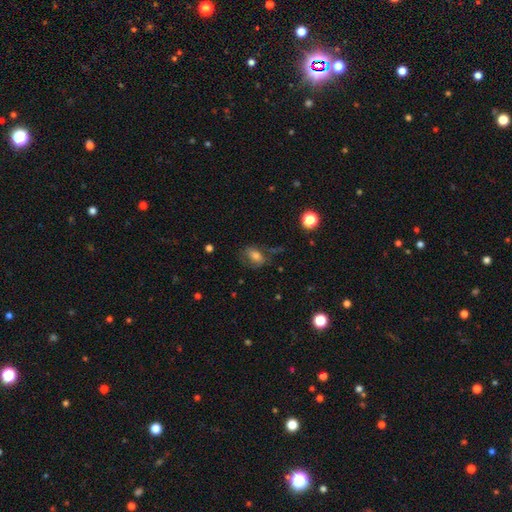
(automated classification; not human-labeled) Morphology: type=smooth (62%); roundness=in between (78%); merging=none (56%).